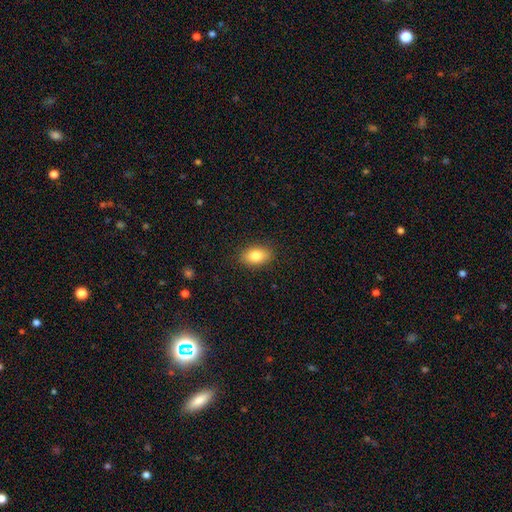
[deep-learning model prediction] Q: Smooth or featured?
A: smooth (82%); runner-up: featured or disk (10%)
Q: How rounded?
A: in between (86%); runner-up: round (12%)
Q: Merging?
A: none (88%); runner-up: minor disturbance (9%)